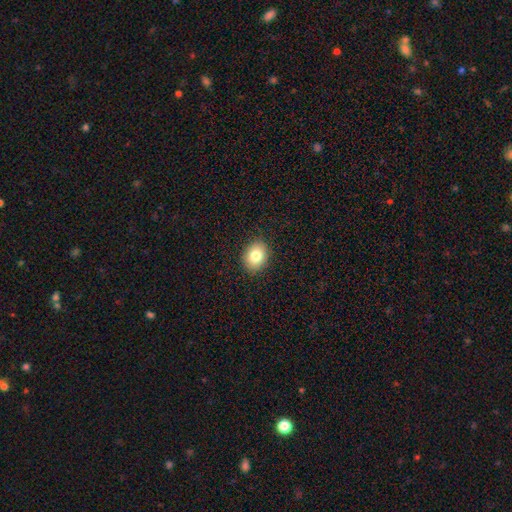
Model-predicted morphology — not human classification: smooth 81%, featured or disk 10%, star or artifact 9%. Down the decision tree: how rounded — in between (58%); merging — none (88%).